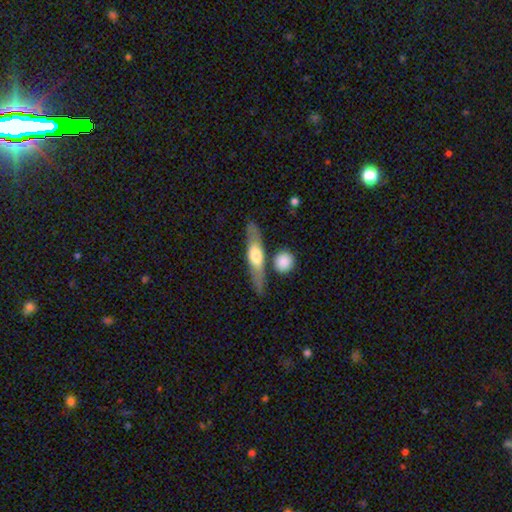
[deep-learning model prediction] The model was most divided on "smooth or featured": featured or disk: 56%, smooth: 39%, star or artifact: 5%. More confident: edge-on disk — yes (85%); merging — none (73%).